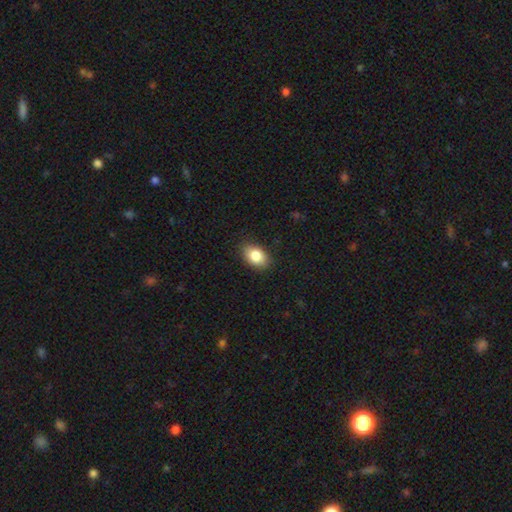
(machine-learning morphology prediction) This is clearly a smooth galaxy (84%). How rounded: clearly in between (86%). Merging: clearly none (87%).